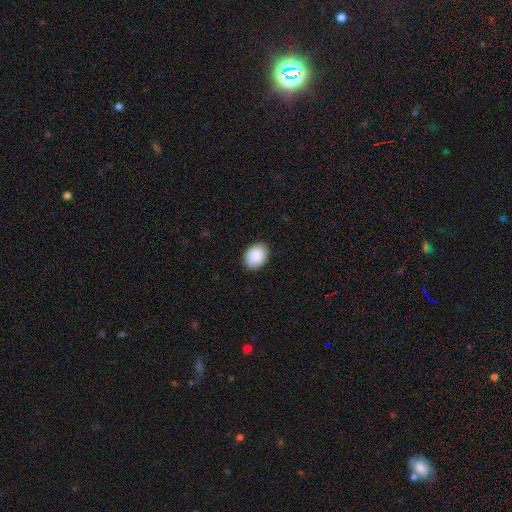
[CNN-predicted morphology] This appears to be a smooth galaxy with no disk features (90%) that is in between round and cigar-shaped (73%). Merging: none (87%).